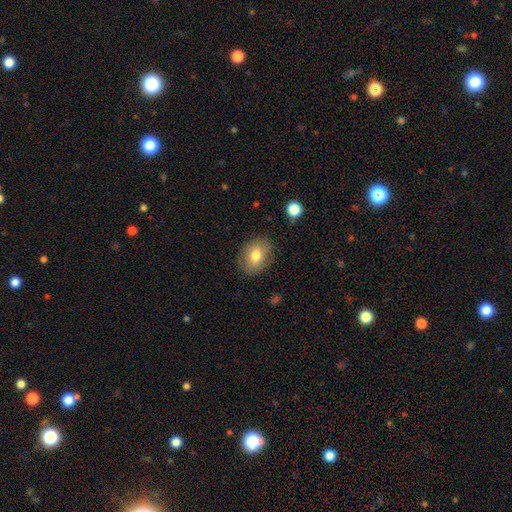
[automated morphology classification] This is likely a smooth galaxy (75%). How rounded: likely in between (67%). Merging: clearly none (84%).